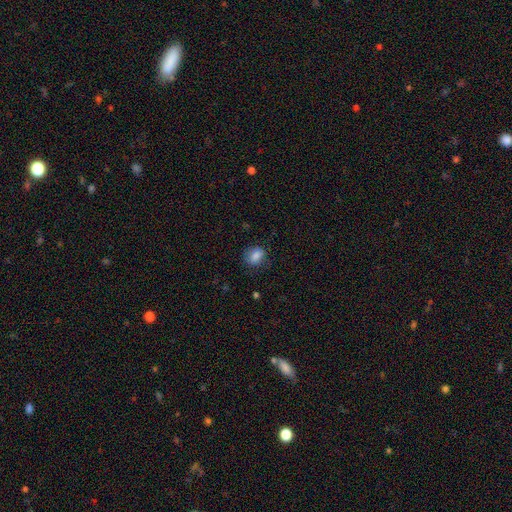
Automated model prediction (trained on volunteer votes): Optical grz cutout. It shows a smooth galaxy with no disk features (84%) that is in between round and cigar-shaped (53%). Merging: none (76%).